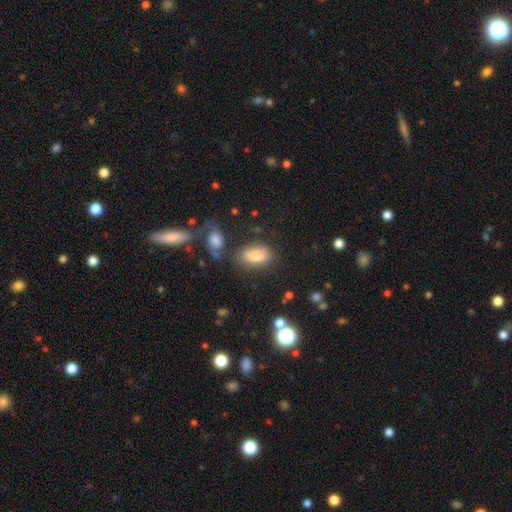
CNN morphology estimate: Smooth or featured? smooth (79%)
How rounded? in between (90%)
Merging? none (65%)